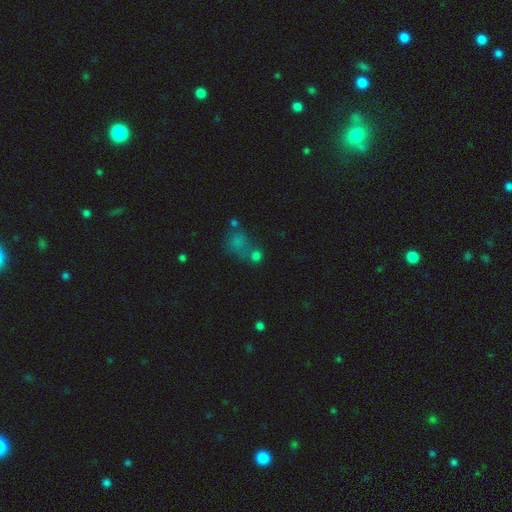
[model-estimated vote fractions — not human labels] Smooth or featured? smooth (66%)
How rounded? round (70%)
Merging? none (47%)